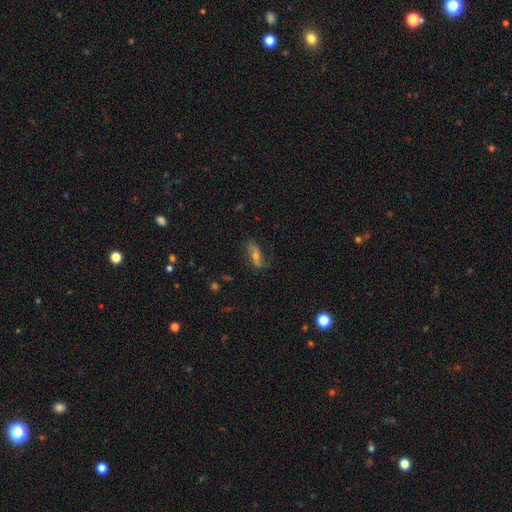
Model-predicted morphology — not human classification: Smooth or featured: featured or disk — 64% (smooth — 23%)
Edge-on disk: no — 81% (yes — 19%)
Bar: no — 45% (weak — 31%)
Spiral arms: yes — 85% (no — 15%)
Bulge size: moderate — 52% (small — 39%)
Merging: none — 71% (minor disturbance — 18%)